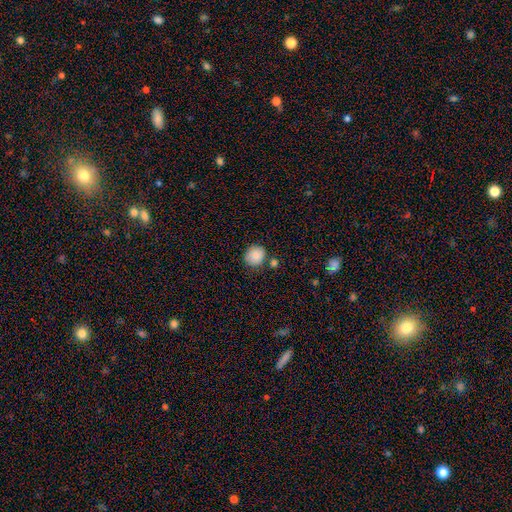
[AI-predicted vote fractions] Overall: smooth (87%). How rounded: round (84%). Merging: none (78%).